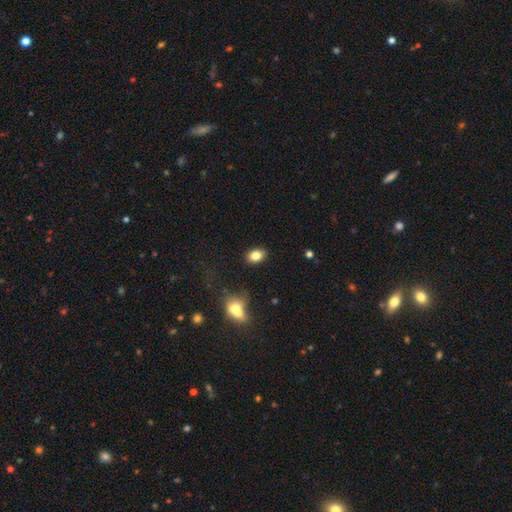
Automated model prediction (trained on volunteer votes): Smooth or featured? smooth (83%)
How rounded? in between (75%)
Merging? none (86%)